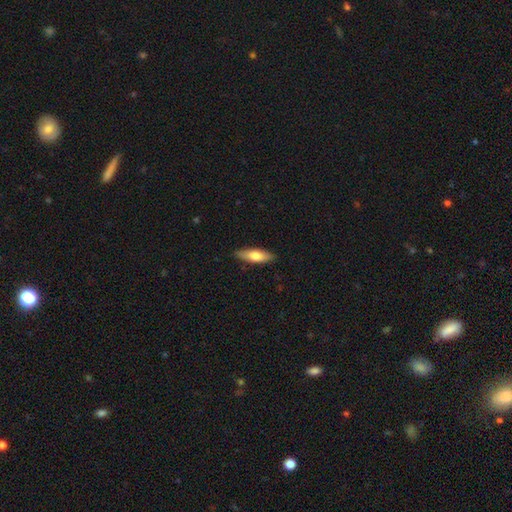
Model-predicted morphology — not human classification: The model was most divided on "how rounded": in between: 50%, cigar-shaped: 48%, round: 2%. More confident: merging — none (86%); smooth or featured — smooth (68%).